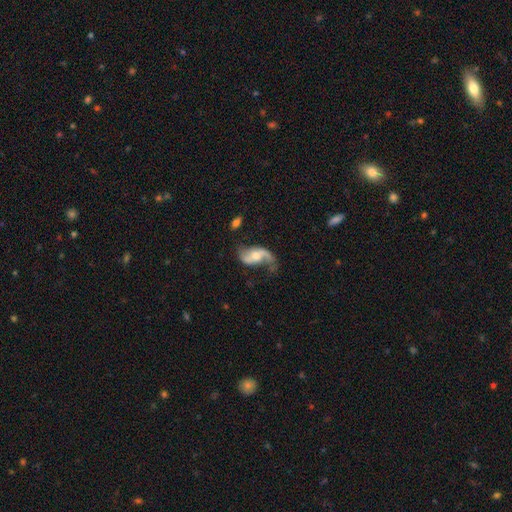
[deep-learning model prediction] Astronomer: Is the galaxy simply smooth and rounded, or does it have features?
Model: featured or disk — 81%.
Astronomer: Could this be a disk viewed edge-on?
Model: no — 95%.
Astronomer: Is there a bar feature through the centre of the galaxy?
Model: no — 46% (runner-up: weak, 36%).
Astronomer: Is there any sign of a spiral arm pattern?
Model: yes — 92%.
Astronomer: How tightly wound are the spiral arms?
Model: loose — 80%.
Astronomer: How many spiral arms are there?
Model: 2 — 83%.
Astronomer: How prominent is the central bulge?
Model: moderate — 58%.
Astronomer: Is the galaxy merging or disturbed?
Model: none — 51%.